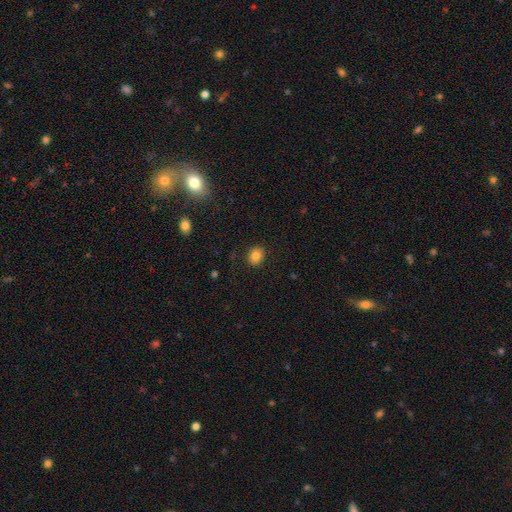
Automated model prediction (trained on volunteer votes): smooth 84%, star or artifact 10%, featured or disk 6%. Down the decision tree: how rounded — round (56%); merging — none (89%).